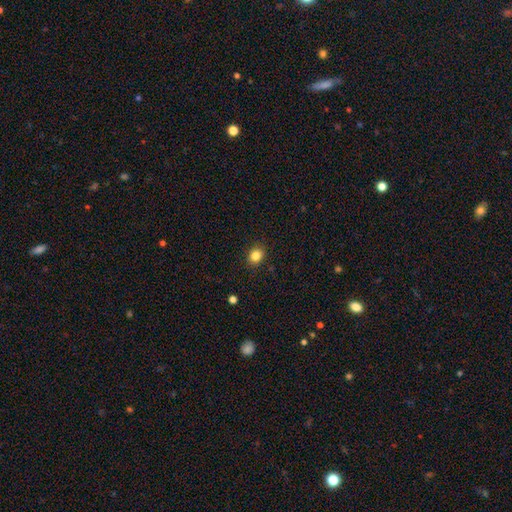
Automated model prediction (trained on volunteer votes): A smooth galaxy with no disk features (84%) that is round (61%).

Vote fractions:
- Smooth or featured? smooth: 84% / star or artifact: 11% / featured or disk: 5%
- How rounded? round: 61% / in between: 38% / cigar-shaped: 1%
- Merging? none: 90% / minor disturbance: 7% / major disturbance: 2% / merger: 1%